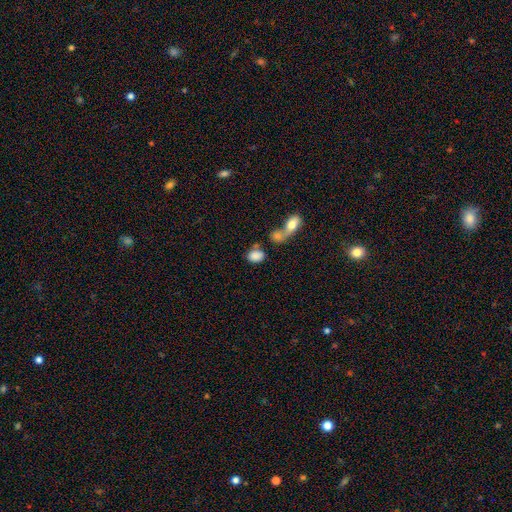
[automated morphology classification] Overall: smooth (84%). How rounded: in between (80%). Merging: merger (43%; none 38%).